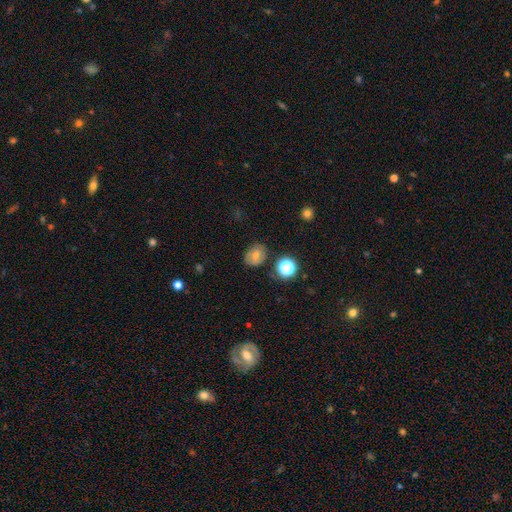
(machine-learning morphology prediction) smooth-or-featured: smooth: 64% | featured or disk: 21% | star or artifact: 15%
  how-rounded: round: 50% | in between: 49% | cigar-shaped: 1%
  merging: none: 77% | minor disturbance: 15% | major disturbance: 4% | merger: 3%